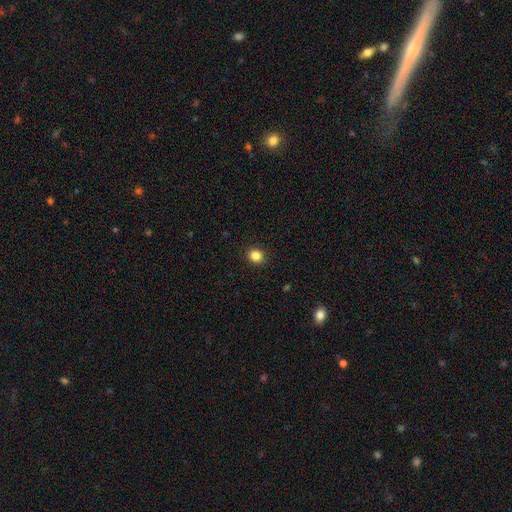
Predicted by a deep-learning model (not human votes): Overall: smooth (85%). How rounded: round (79%). Merging: none (92%).